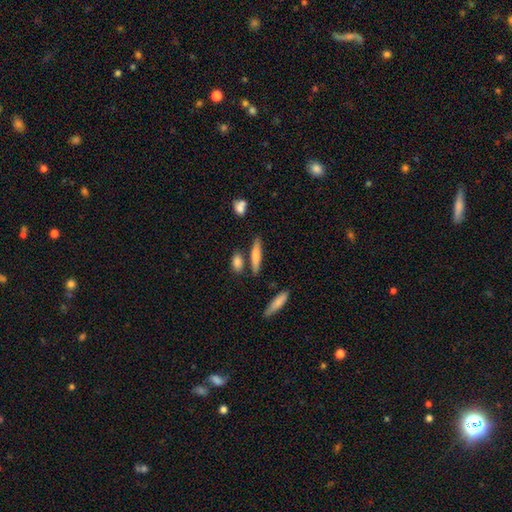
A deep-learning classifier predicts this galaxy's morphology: Smooth or featured: smooth — 70% (featured or disk — 23%)
How rounded: cigar-shaped — 78% (in between — 20%)
Merging: none — 77% (minor disturbance — 11%)